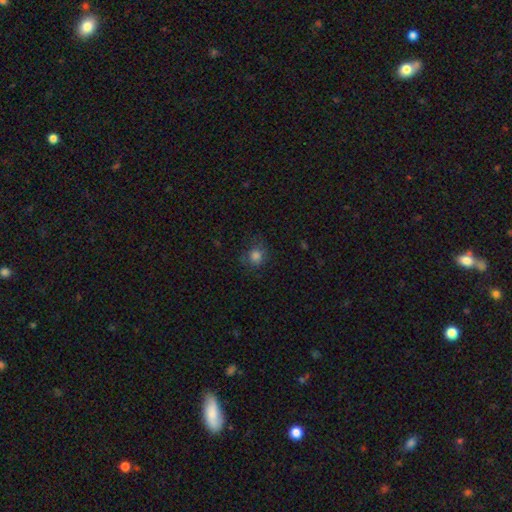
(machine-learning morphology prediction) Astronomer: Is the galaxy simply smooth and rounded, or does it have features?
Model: smooth — 80%.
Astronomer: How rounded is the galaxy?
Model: round — 84%.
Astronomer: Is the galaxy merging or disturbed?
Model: none — 72%.